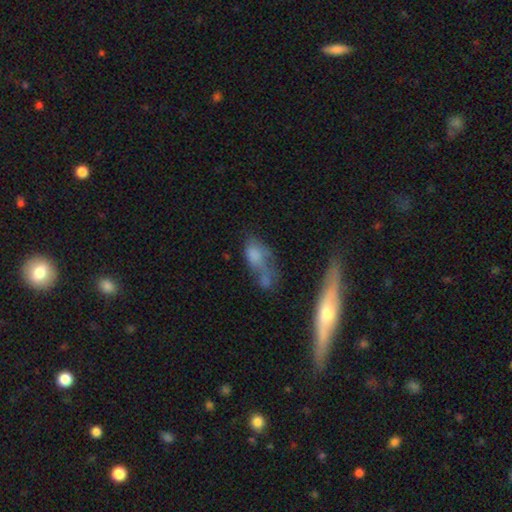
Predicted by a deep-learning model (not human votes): This appears to be a smooth galaxy with no disk features (61%) that is in between round and cigar-shaped (77%). Merging: major disturbance (29%).